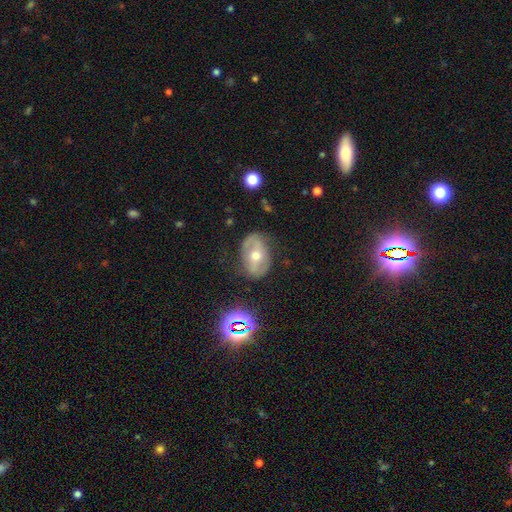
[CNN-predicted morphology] This is possibly a featured or disk galaxy (60%). It is clearly not viewed edge-on (93%). Bar: marginally no (39%). Spiral arm pattern: possibly yes (56%). Central bulge: likely moderate (73%). Merging: likely none (76%).